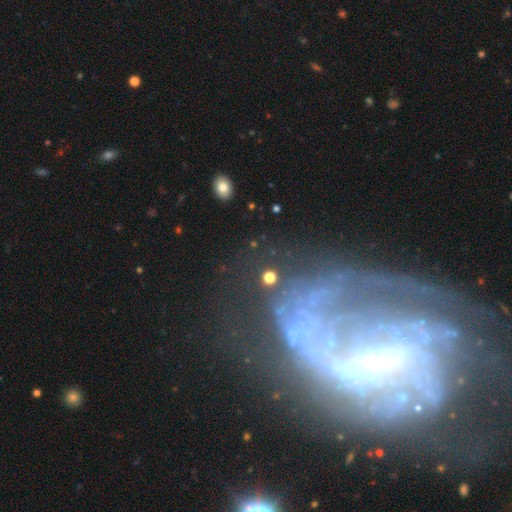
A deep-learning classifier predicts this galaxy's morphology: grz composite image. It shows a featured or disk galaxy (78%) with a strong bar (39%), medium (35%) spiral arms (74%) and a small central bulge (42%). Merging: none (44%).